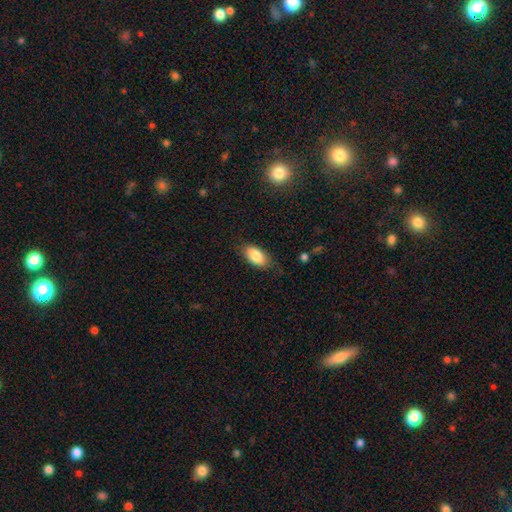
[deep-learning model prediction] smooth 85%, featured or disk 8%, star or artifact 7%. Down the decision tree: how rounded — in between (92%); merging — none (79%).